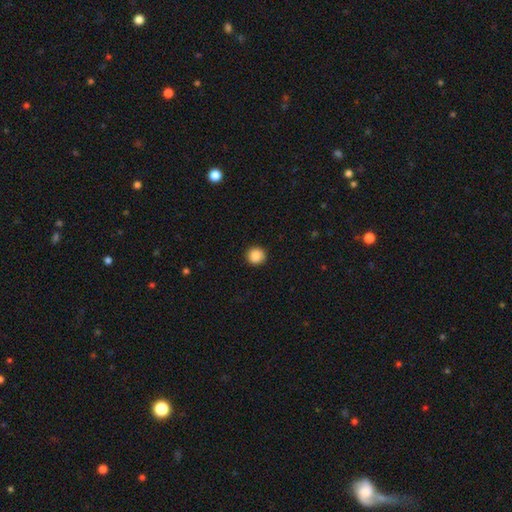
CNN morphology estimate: smooth 88%, star or artifact 9%, featured or disk 3%. Down the decision tree: how rounded — round (95%); merging — none (92%).